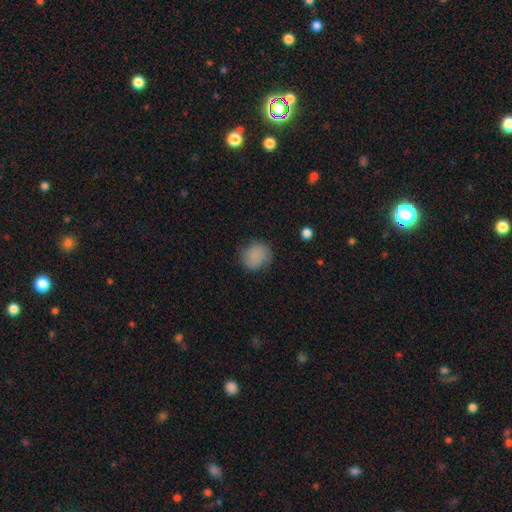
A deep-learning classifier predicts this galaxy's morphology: Smooth or featured? smooth (83%)
How rounded? round (79%)
Merging? none (78%)